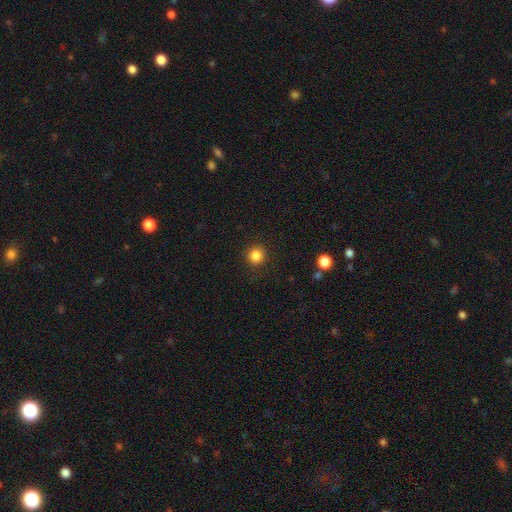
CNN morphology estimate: Smooth or featured? Predicted: smooth (p=0.85). How rounded? Predicted: round (p=0.94). Merging? Predicted: none (p=0.91).